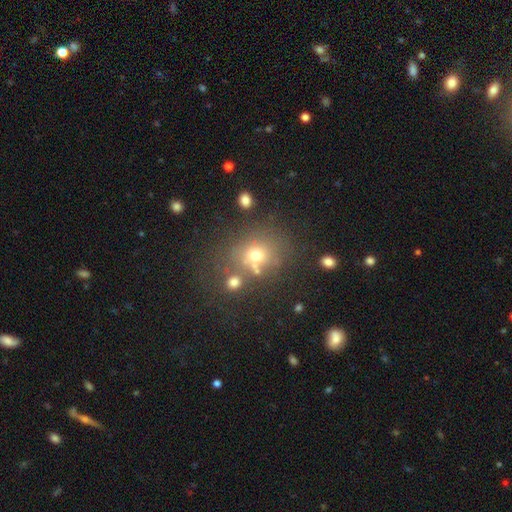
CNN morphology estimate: This is likely a smooth galaxy (63%). How rounded: likely round (71%). Merging: possibly none (59%).